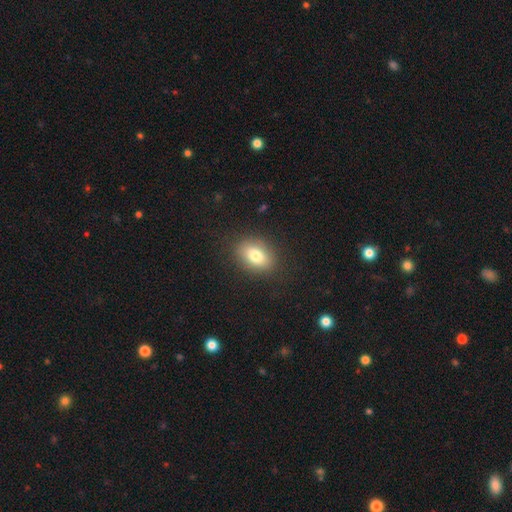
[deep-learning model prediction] Q: Smooth or featured?
A: smooth (78%); runner-up: featured or disk (13%)
Q: How rounded?
A: in between (77%); runner-up: round (22%)
Q: Merging?
A: none (85%); runner-up: minor disturbance (10%)